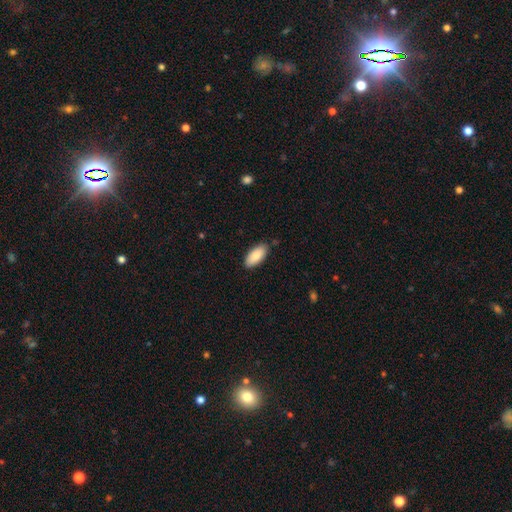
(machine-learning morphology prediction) A smooth galaxy with no disk features (87%) that is in between round and cigar-shaped (89%). Merging: none (85%).